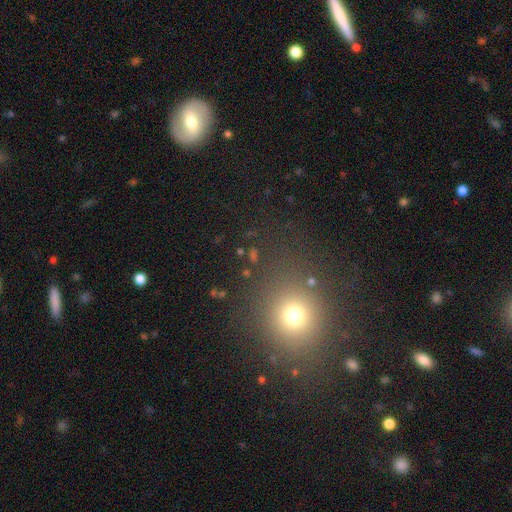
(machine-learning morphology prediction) This is possibly a smooth galaxy (55%). How rounded: likely round (79%). Merging: likely none (79%).